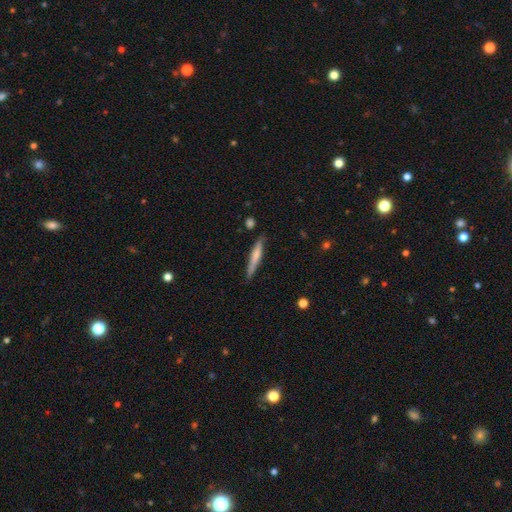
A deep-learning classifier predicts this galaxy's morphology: type=smooth (61%); roundness=cigar-shaped (93%); merging=none (78%).